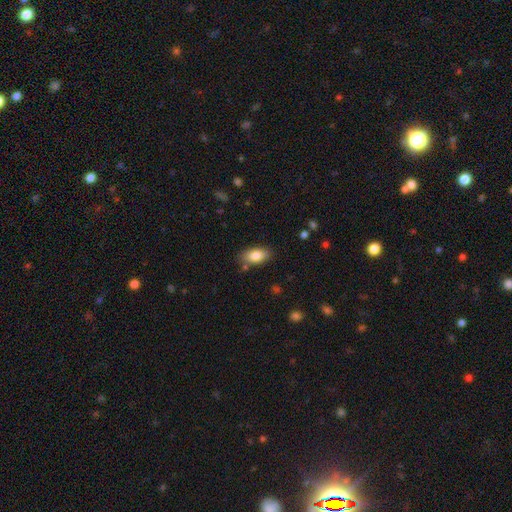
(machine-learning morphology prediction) type=smooth (83%); roundness=in between (92%); merging=none (81%).